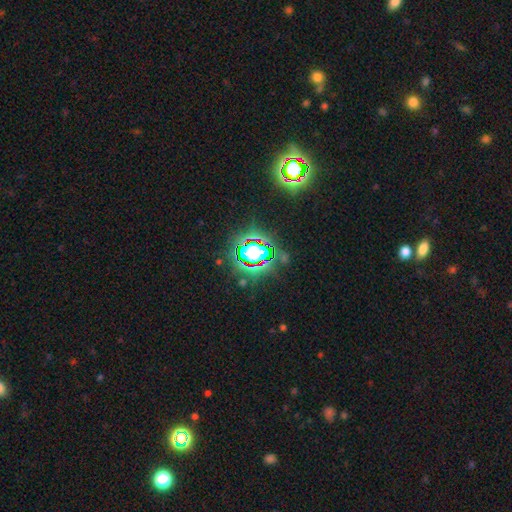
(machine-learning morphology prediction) Overall: star or artifact (83%).